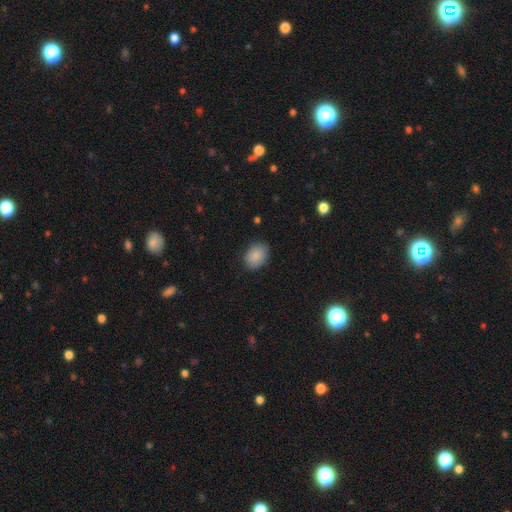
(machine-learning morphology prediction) The model was most divided on "how rounded": in between: 66%, round: 33%, cigar-shaped: 1%. More confident: smooth or featured — smooth (88%); merging — none (83%).